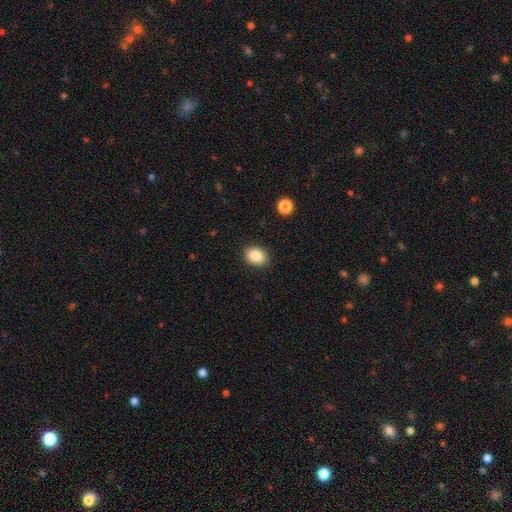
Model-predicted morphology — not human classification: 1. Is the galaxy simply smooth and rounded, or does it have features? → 86% smooth, 9% star or artifact, 6% featured or disk.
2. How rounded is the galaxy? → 63% in between, 36% round, 1% cigar-shaped.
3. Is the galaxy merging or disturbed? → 89% none, 8% minor disturbance, 2% major disturbance, 1% merger.